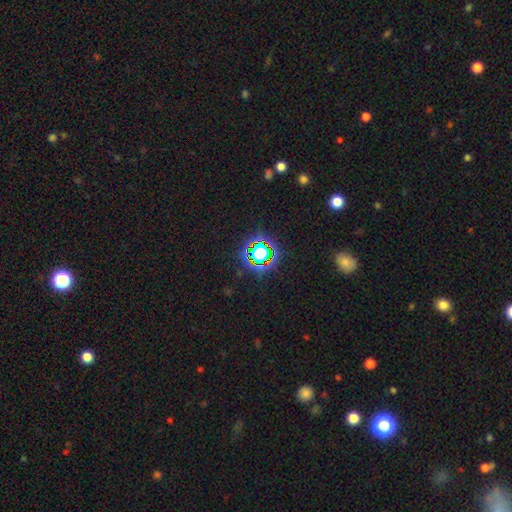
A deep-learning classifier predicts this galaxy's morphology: Smooth or featured?
  - star or artifact: 78% *
  - smooth: 15%
  - featured or disk: 8%